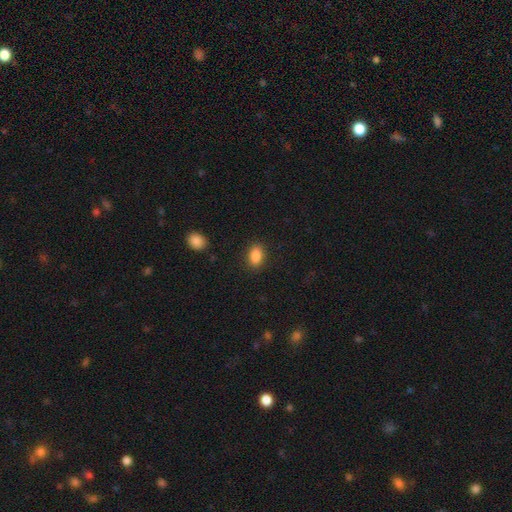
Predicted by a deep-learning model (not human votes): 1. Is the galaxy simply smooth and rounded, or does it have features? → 88% smooth, 8% star or artifact, 4% featured or disk.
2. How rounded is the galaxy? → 85% in between, 12% round, 2% cigar-shaped.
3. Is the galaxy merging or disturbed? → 88% none, 9% minor disturbance, 3% major disturbance, 1% merger.